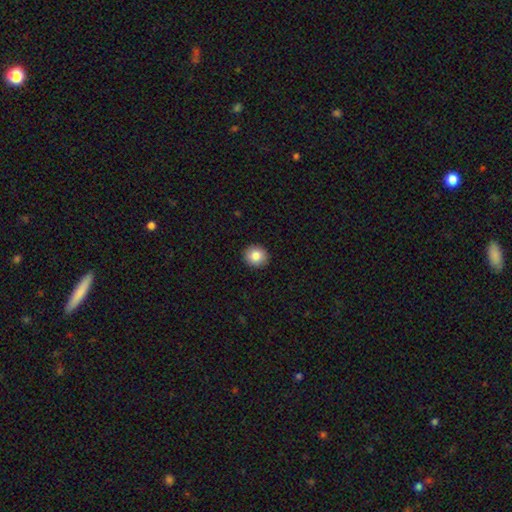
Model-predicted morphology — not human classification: smooth_or_featured: smooth (p=0.85) [alt: star or artifact p=0.08]
how_rounded: round (p=0.88) [alt: in between p=0.11]
merging: none (p=0.92) [alt: minor disturbance p=0.05]